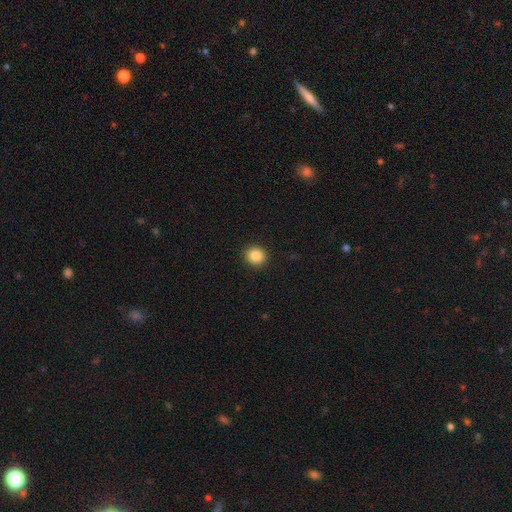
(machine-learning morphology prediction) Smooth or featured? smooth (86%)
How rounded? round (85%)
Merging? none (92%)